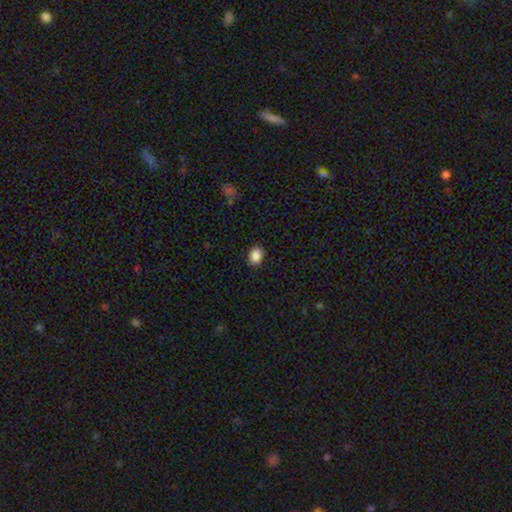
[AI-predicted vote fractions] Smooth or featured: smooth — 88% (star or artifact — 9%)
How rounded: in between — 65% (round — 34%)
Merging: none — 89% (minor disturbance — 8%)